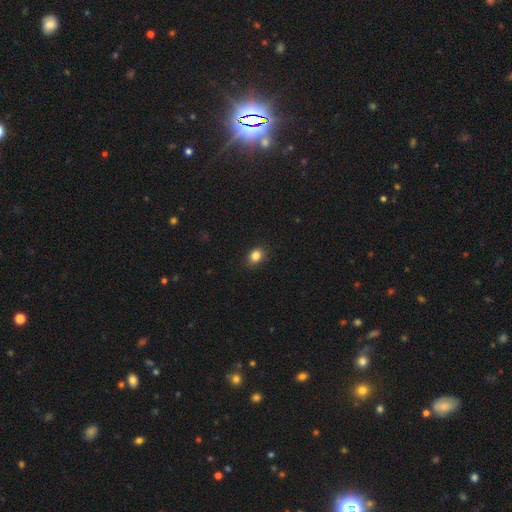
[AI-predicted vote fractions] Q: Smooth or featured?
A: smooth (84%); runner-up: star or artifact (11%)
Q: How rounded?
A: in between (54%); runner-up: round (45%)
Q: Merging?
A: none (87%); runner-up: minor disturbance (10%)